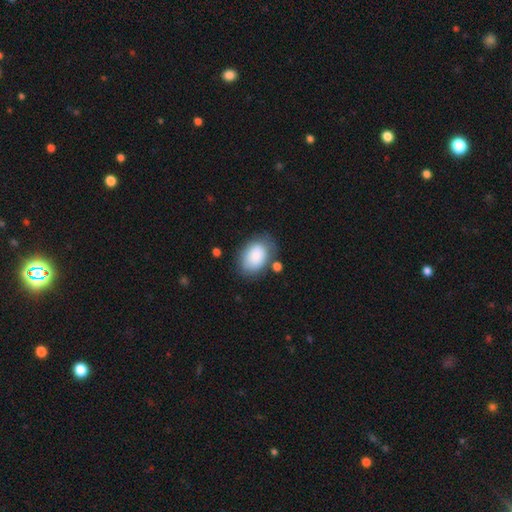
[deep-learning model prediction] smooth-or-featured: smooth: 86% | featured or disk: 7% | star or artifact: 7%
  how-rounded: in between: 79% | round: 20% | cigar-shaped: 1%
  merging: none: 69% | minor disturbance: 19% | major disturbance: 6% | merger: 5%